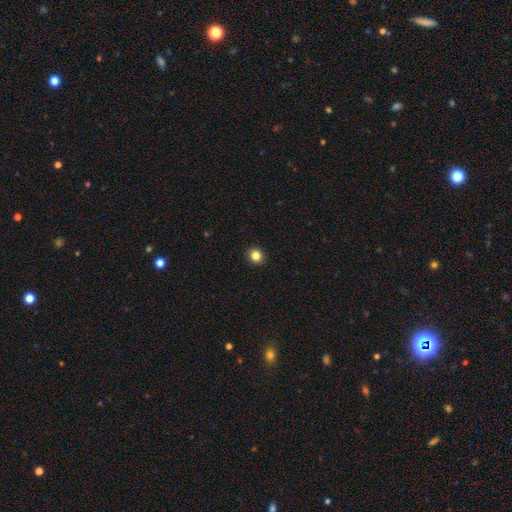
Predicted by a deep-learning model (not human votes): The model was most divided on "how rounded": round: 81%, in between: 19%, cigar-shaped: 1%. More confident: merging — none (92%); smooth or featured — smooth (84%).